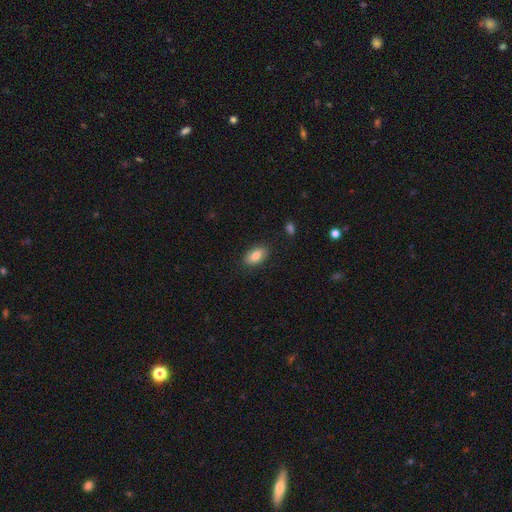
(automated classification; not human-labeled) This appears to be a smooth galaxy with no disk features (82%) that is in between round and cigar-shaped (91%). Merging: none (85%).